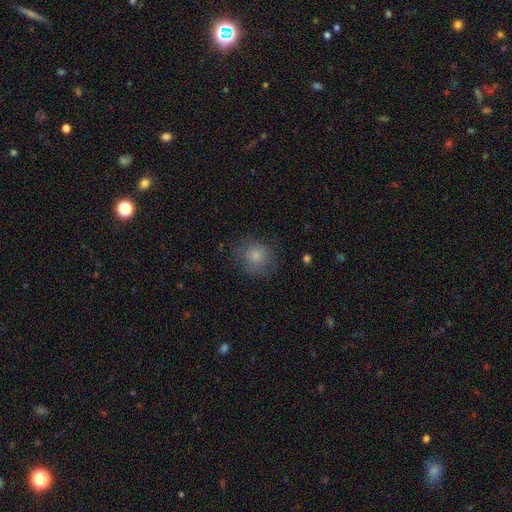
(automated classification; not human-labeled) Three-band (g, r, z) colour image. It shows a smooth galaxy with no disk features (78%) that is round (86%). Merging: none (70%).